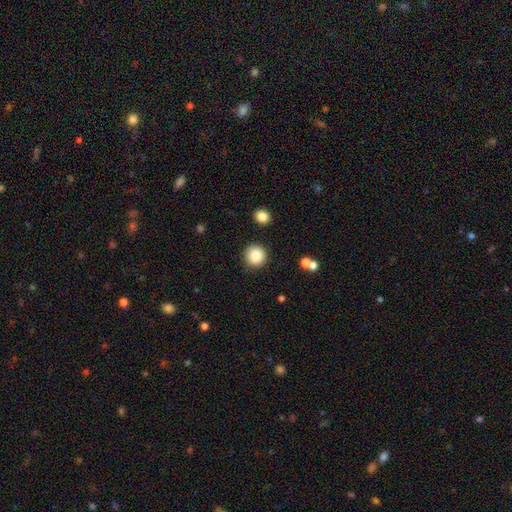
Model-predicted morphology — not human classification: Overall: smooth (87%). How rounded: round (95%). Merging: none (88%).